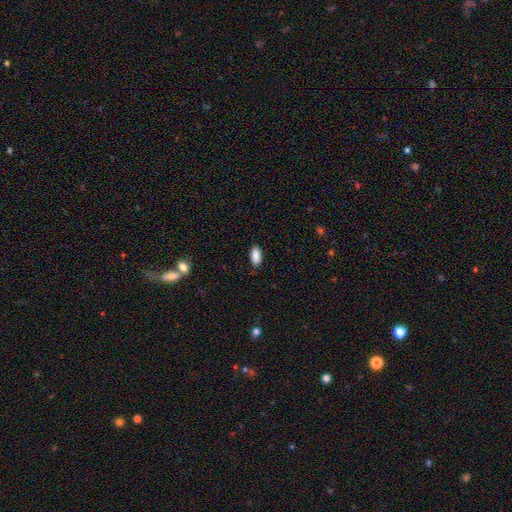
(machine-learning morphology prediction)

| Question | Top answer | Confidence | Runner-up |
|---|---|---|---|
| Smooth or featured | smooth | 89% | star or artifact (8%) |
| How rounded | in between | 93% | cigar-shaped (4%) |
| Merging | none | 85% | minor disturbance (12%) |